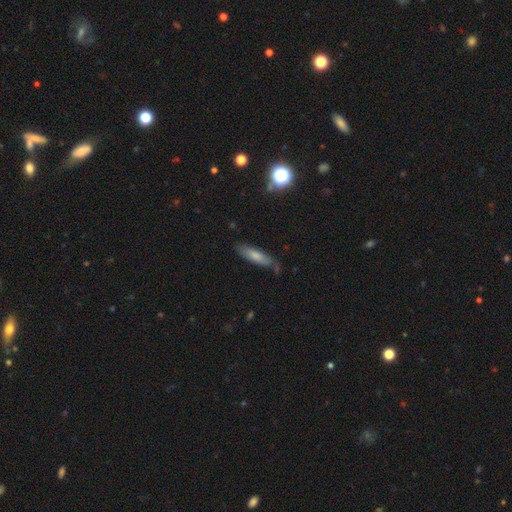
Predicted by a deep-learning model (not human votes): This appears to be a smooth galaxy with no disk features (73%) that is cigar-shaped (61%). Merging: none (69%).